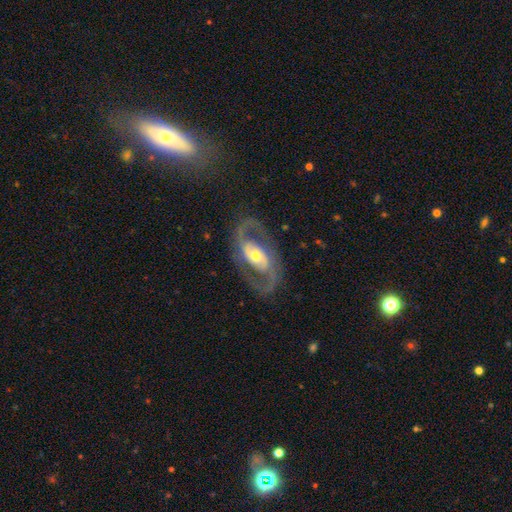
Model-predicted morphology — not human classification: This is clearly a featured or disk galaxy (89%). It is clearly not viewed edge-on (96%). Bar: marginally no (43%). Spiral arm pattern: clearly yes (93%). Spiral arm count: clearly 2 (93%). Spiral winding: possibly medium (58%). Central bulge: possibly moderate (59%). Merging: clearly none (82%).